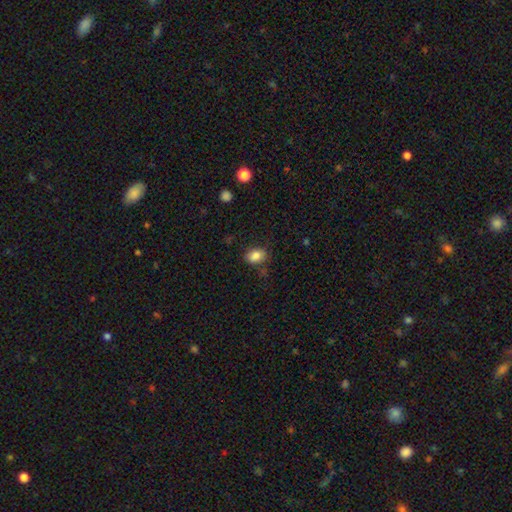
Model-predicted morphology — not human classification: The model was most divided on "how rounded": in between: 77%, round: 22%, cigar-shaped: 1%. More confident: smooth or featured — smooth (85%); merging — none (75%).